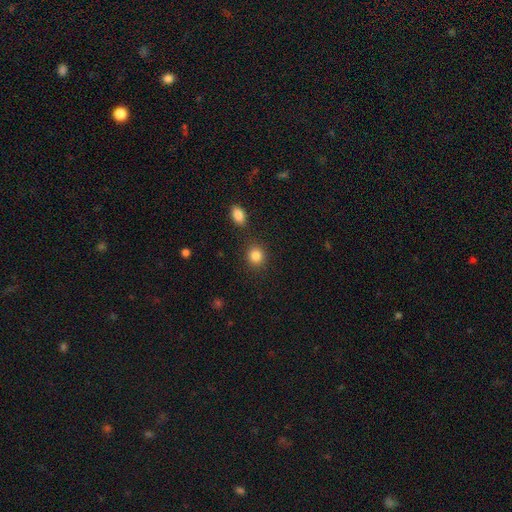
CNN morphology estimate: The model was most divided on "how rounded": round: 81%, in between: 18%, cigar-shaped: 1%. More confident: smooth or featured — smooth (86%); merging — none (83%).